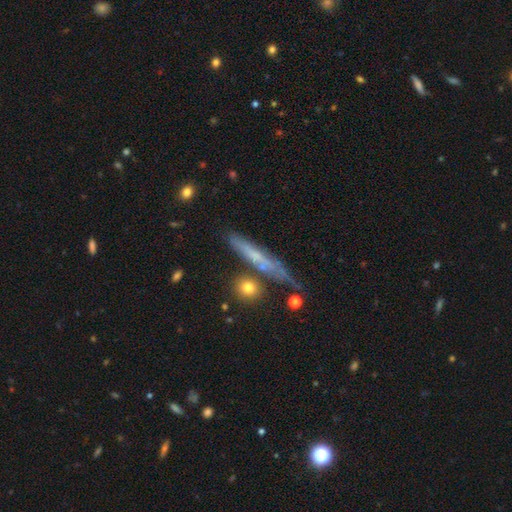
Smooth or featured: featured or disk — 65% (smooth — 32%)
Edge-on disk: yes — 96% (no — 4%)
Edge-on bulge: none — 64% (rounded — 28%)
Merging: none — 59% (minor disturbance — 36%)